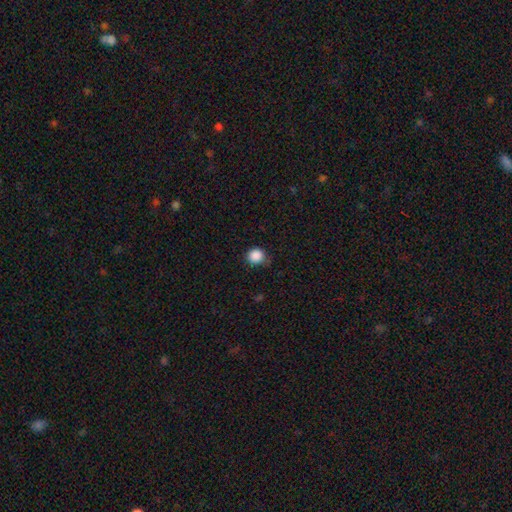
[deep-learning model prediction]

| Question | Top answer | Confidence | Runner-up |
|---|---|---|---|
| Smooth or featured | smooth | 88% | star or artifact (10%) |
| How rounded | round | 90% | in between (9%) |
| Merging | none | 79% | minor disturbance (16%) |